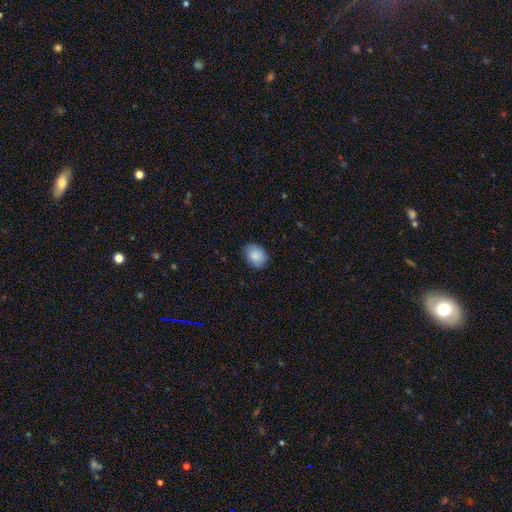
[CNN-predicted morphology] Smooth or featured? Predicted: smooth (p=0.87). How rounded? Predicted: in between (p=0.57). Merging? Predicted: none (p=0.83).